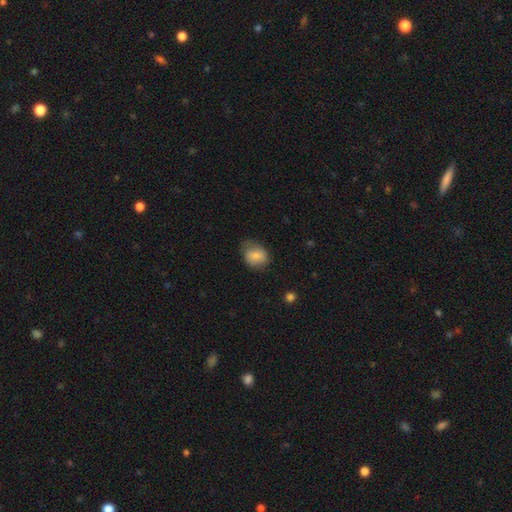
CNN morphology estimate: smooth 79%, featured or disk 14%, star or artifact 8%. Down the decision tree: how rounded — round (50%); merging — none (60%).